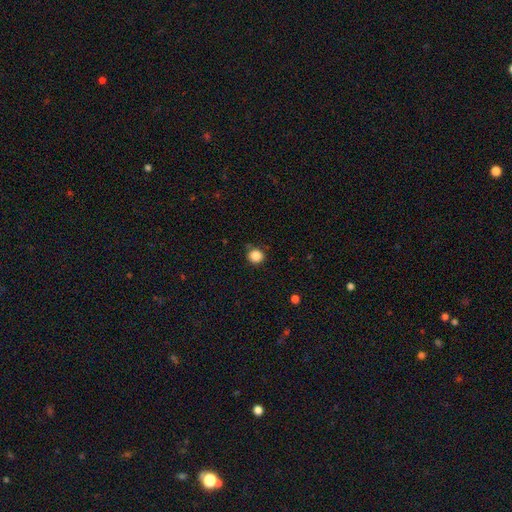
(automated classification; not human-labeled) This is clearly a smooth galaxy (86%). How rounded: clearly round (93%). Merging: clearly none (84%).